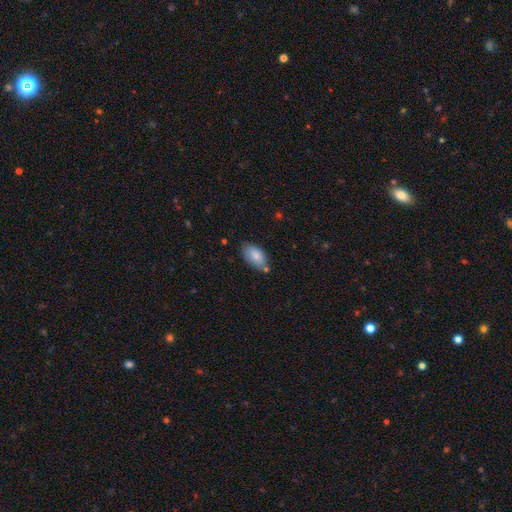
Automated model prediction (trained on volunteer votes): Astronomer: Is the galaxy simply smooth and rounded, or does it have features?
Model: smooth — 84%.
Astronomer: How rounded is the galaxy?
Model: in between — 94%.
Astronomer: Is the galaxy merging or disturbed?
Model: none — 71%.